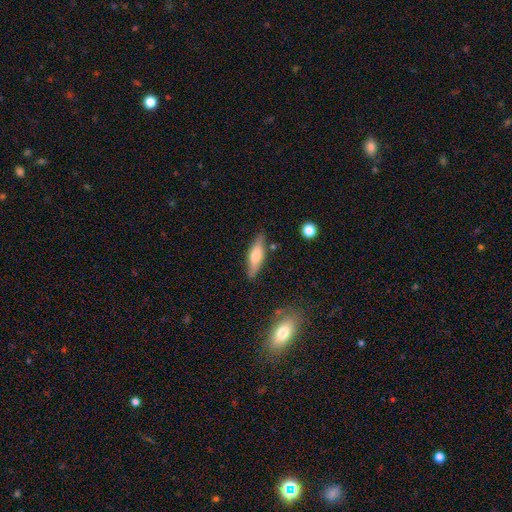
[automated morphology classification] A smooth galaxy with no disk features (55%) that is cigar-shaped (58%).

Vote fractions:
- Smooth or featured? smooth: 55% / featured or disk: 38% / star or artifact: 6%
- How rounded? cigar-shaped: 58% / in between: 40% / round: 2%
- Merging? none: 82% / minor disturbance: 12% / merger: 3% / major disturbance: 3%